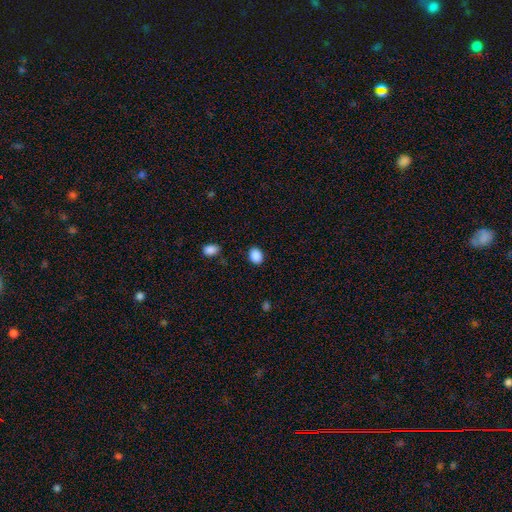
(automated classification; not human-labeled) A smooth galaxy with no disk features (89%) that is in between round and cigar-shaped (53%).

Vote fractions:
- Smooth or featured? smooth: 89% / star or artifact: 9% / featured or disk: 3%
- How rounded? in between: 53% / round: 46% / cigar-shaped: 1%
- Merging? none: 87% / minor disturbance: 9% / major disturbance: 3% / merger: 2%